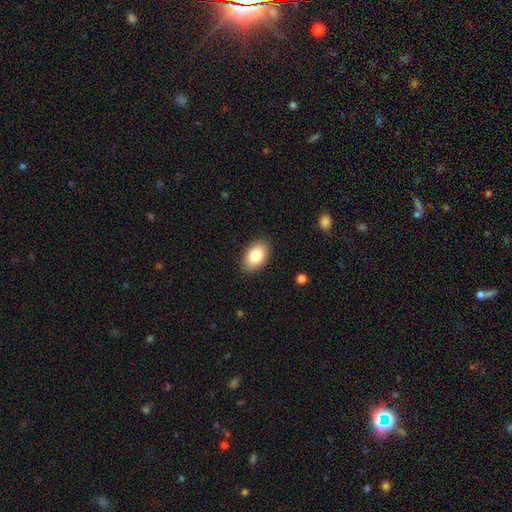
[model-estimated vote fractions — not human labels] Smooth or featured? Predicted: smooth (p=0.83). How rounded? Predicted: in between (p=0.91). Merging? Predicted: none (p=0.88).